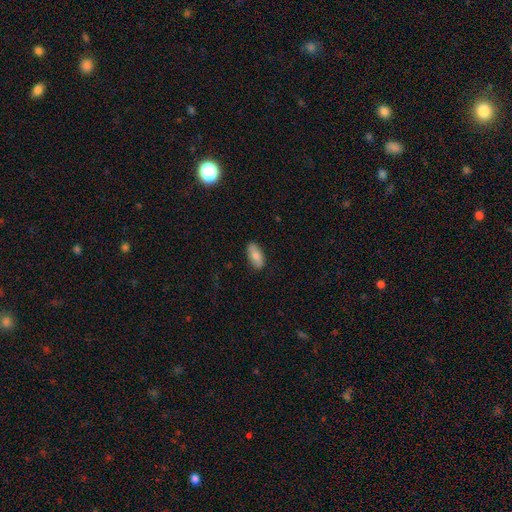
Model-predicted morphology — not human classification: This appears to be a smooth galaxy with no disk features (76%) that is in between round and cigar-shaped (87%). Merging: none (86%).